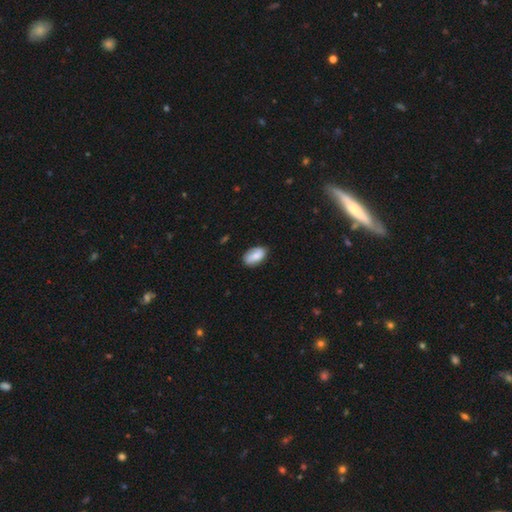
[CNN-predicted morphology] A smooth galaxy with no disk features (75%) that is in between round and cigar-shaped (93%).

Vote fractions:
- Smooth or featured? smooth: 75% / featured or disk: 18% / star or artifact: 7%
- How rounded? in between: 93% / round: 5% / cigar-shaped: 2%
- Merging? none: 80% / minor disturbance: 16% / major disturbance: 3% / merger: 1%